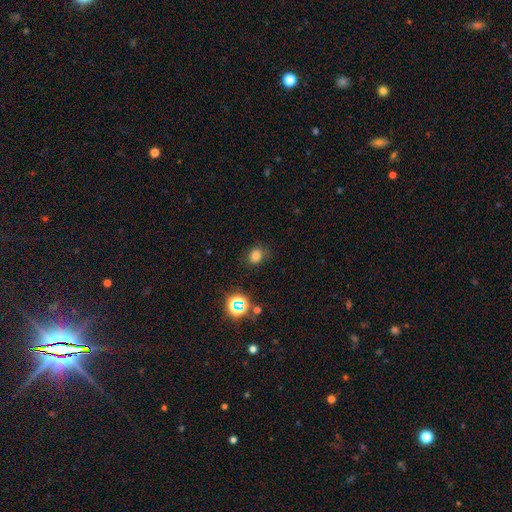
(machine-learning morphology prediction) smooth-or-featured: smooth: 75% | star or artifact: 19% | featured or disk: 6%
  how-rounded: round: 56% | in between: 43% | cigar-shaped: 1%
  merging: none: 73% | minor disturbance: 18% | major disturbance: 7% | merger: 2%